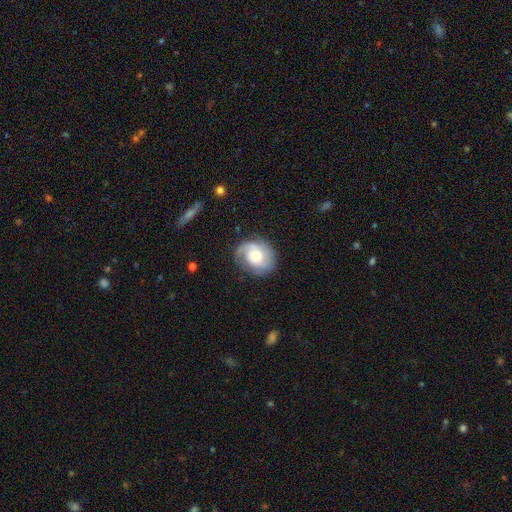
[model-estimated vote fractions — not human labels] A featured or disk galaxy (63%) with no bar (73%), 2 (46%) tight (47%) spiral arms (88%) and a moderate central bulge (62%).

Vote fractions:
- Smooth or featured? featured or disk: 63% / smooth: 30% / star or artifact: 7%
- Edge-on disk? no: 97% / yes: 3%
- Bar? no: 73% / weak: 23% / strong: 4%
- Spiral arms? yes: 88% / no: 12%
- Spiral winding? tight: 47% / medium: 36% / loose: 17%
- Spiral arm count? 2: 46% / can't tell: 22% / 1: 17% / 3: 10% / 4: 3% / more than 4: 2%
- Bulge size? moderate: 62% / small: 25% / large: 9% / dominant: 1% / none: 1%
- Merging? none: 72% / minor disturbance: 19% / major disturbance: 8% / merger: 1%